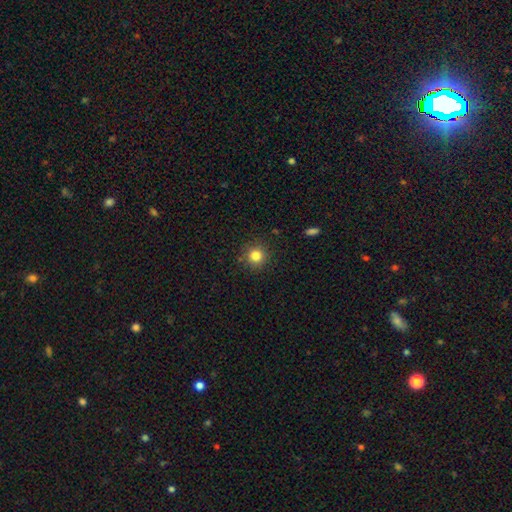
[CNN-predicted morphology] A smooth galaxy with no disk features (82%) that is round (93%). Merging: none (88%).